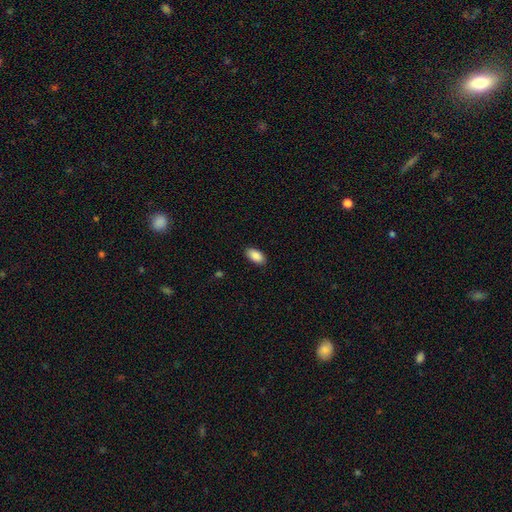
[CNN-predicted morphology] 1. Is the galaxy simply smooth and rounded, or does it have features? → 90% smooth, 7% star or artifact, 4% featured or disk.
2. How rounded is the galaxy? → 94% in between, 3% round, 3% cigar-shaped.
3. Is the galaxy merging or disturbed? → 88% none, 9% minor disturbance, 2% major disturbance, 1% merger.